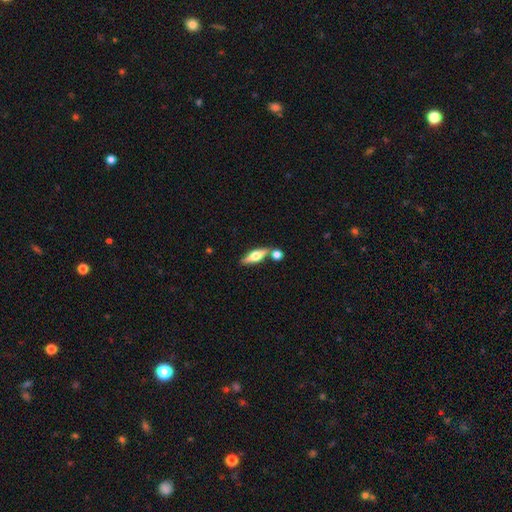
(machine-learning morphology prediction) featured or disk 56%, smooth 38%, star or artifact 6%. Down the decision tree: edge-on disk — yes (93%); edge-on bulge — rounded (93%); merging — none (69%).